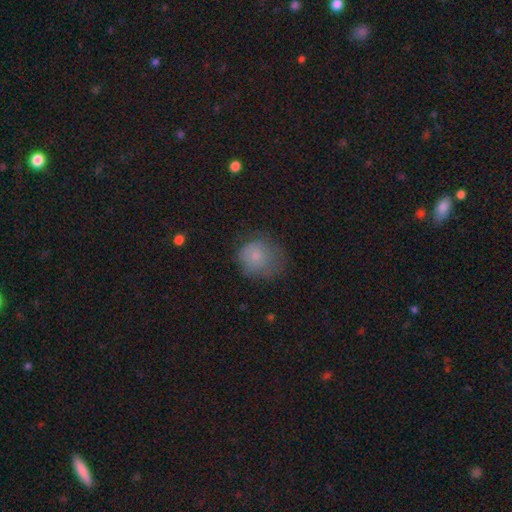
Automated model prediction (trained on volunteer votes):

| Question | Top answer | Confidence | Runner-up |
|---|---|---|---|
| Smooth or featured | smooth | 73% | featured or disk (17%) |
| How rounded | round | 76% | in between (23%) |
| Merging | none | 48% | minor disturbance (30%) |